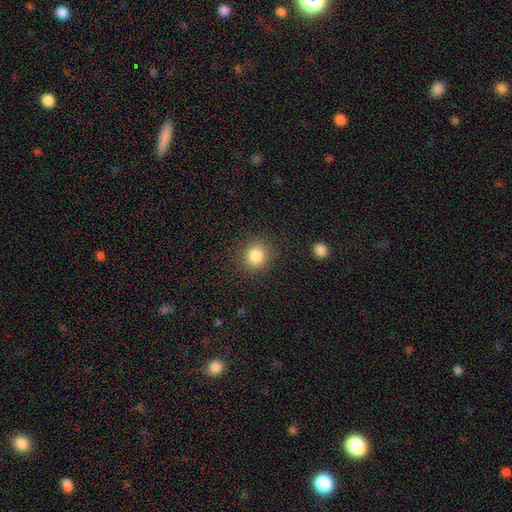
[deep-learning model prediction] Smooth or featured: smooth — 84% (star or artifact — 11%)
How rounded: round — 86% (in between — 13%)
Merging: none — 88% (minor disturbance — 8%)